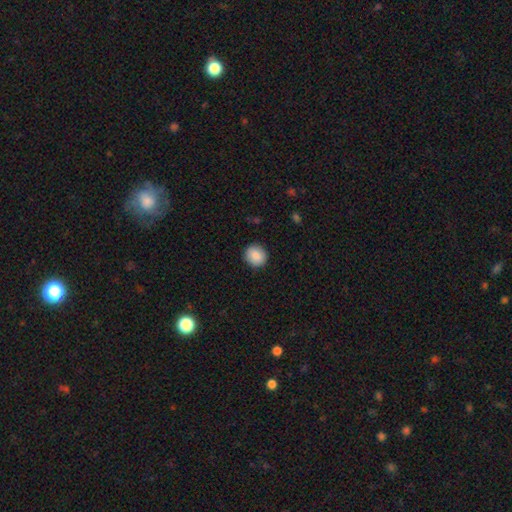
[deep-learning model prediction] Q: Smooth or featured?
A: smooth (87%); runner-up: star or artifact (8%)
Q: How rounded?
A: round (87%); runner-up: in between (13%)
Q: Merging?
A: none (90%); runner-up: minor disturbance (7%)